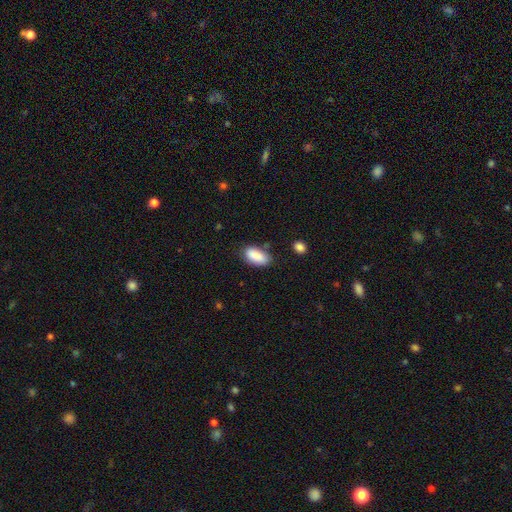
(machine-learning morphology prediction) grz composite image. It shows a smooth galaxy with no disk features (89%) that is in between round and cigar-shaped (92%). Merging: none (72%).